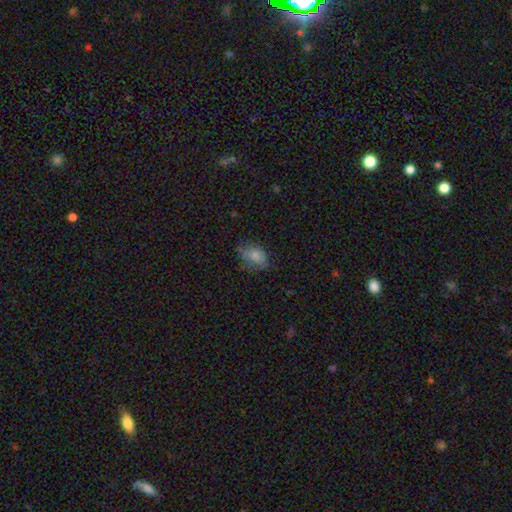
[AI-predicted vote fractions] smooth 69%, featured or disk 19%, star or artifact 12%. Down the decision tree: how rounded — in between (75%); merging — none (57%).